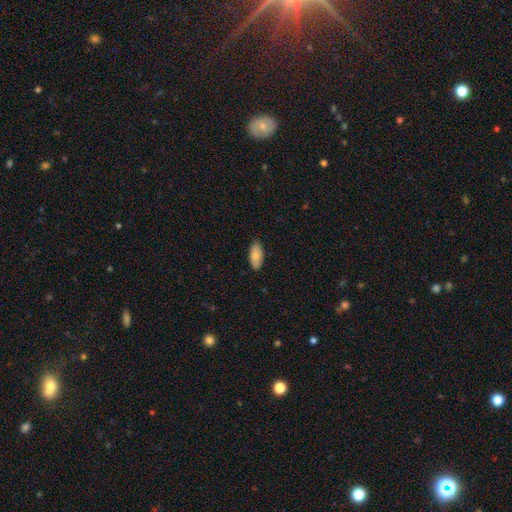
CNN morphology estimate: A smooth galaxy with no disk features (85%) that is in between round and cigar-shaped (88%). Merging: none (86%).